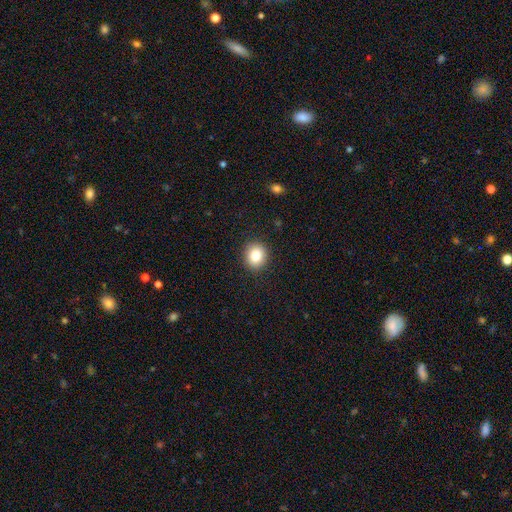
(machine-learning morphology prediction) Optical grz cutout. It shows a smooth galaxy with no disk features (83%) that is round (79%). Merging: none (91%).